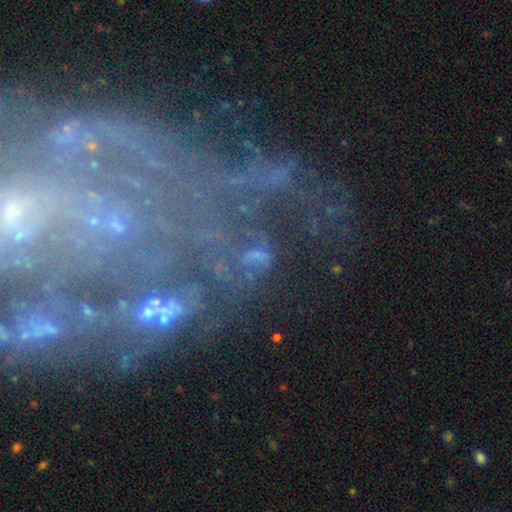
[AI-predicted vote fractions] A star or artifact, not a galaxy (58%).